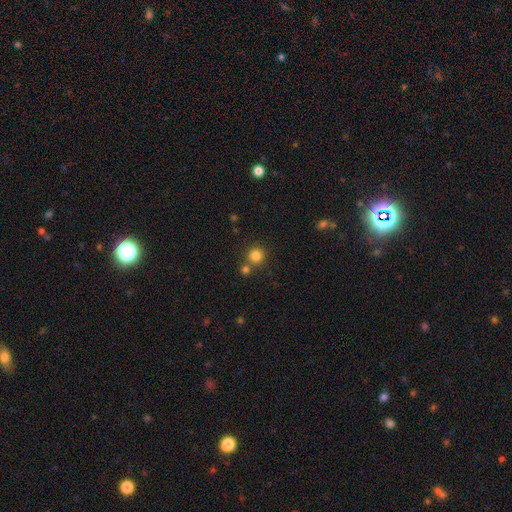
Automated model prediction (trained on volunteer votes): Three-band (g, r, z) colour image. It shows a smooth galaxy with no disk features (82%) that is round (94%). Merging: none (74%).